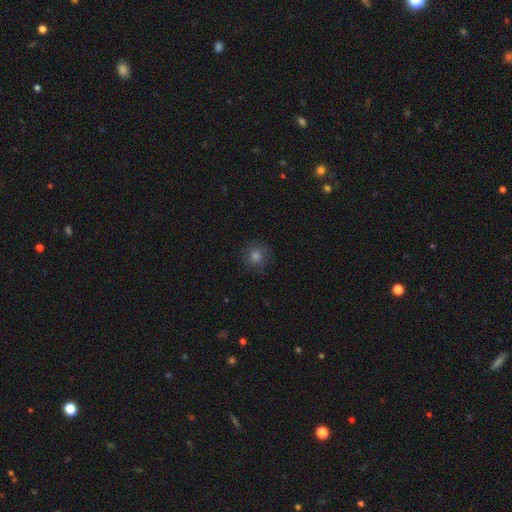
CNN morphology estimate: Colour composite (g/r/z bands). It shows a smooth galaxy with no disk features (71%) that is round (93%). Merging: none (87%).